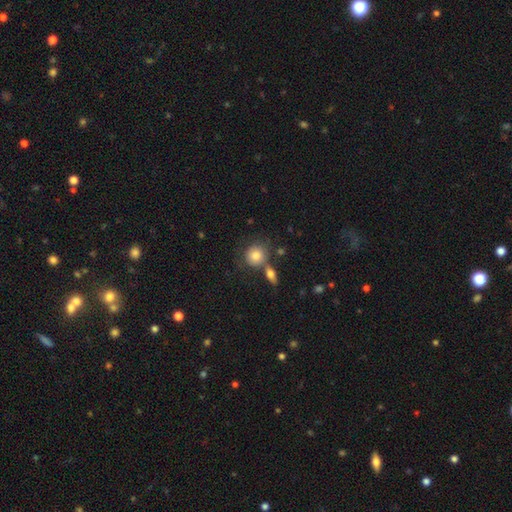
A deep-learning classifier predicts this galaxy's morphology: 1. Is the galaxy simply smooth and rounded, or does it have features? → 80% smooth, 12% featured or disk, 8% star or artifact.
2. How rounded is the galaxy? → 83% round, 15% in between, 1% cigar-shaped.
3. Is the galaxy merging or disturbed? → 59% none, 22% merger, 13% minor disturbance, 5% major disturbance.